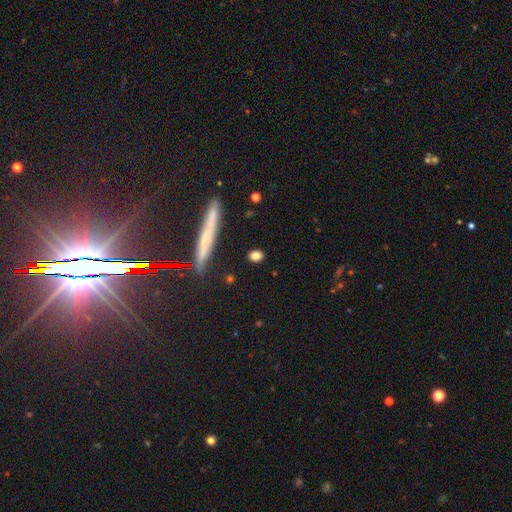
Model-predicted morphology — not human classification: A smooth galaxy with no disk features (82%) that is in between round and cigar-shaped (46%).

Vote fractions:
- Smooth or featured? smooth: 82% / star or artifact: 10% / featured or disk: 9%
- How rounded? in between: 46% / round: 43% / cigar-shaped: 11%
- Merging? none: 86% / minor disturbance: 9% / major disturbance: 3% / merger: 2%